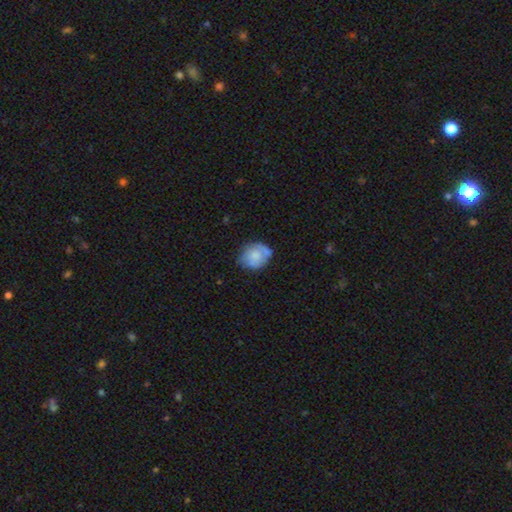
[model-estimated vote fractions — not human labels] smooth 61%, featured or disk 32%, star or artifact 7%. Down the decision tree: how rounded — round (65%); merging — none (54%).